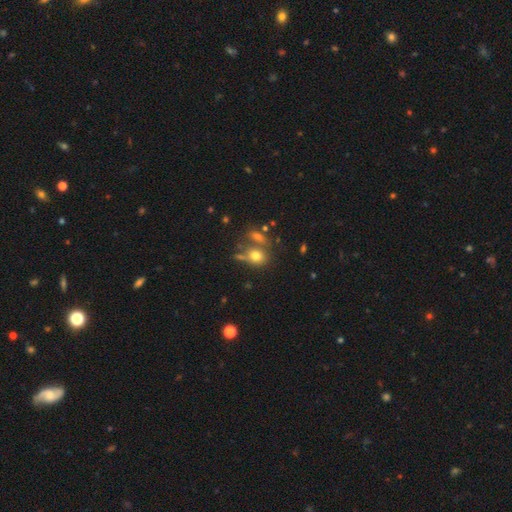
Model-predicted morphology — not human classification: Smooth or featured: smooth — 74% (featured or disk — 13%)
How rounded: round — 60% (in between — 38%)
Merging: none — 49% (merger — 29%)